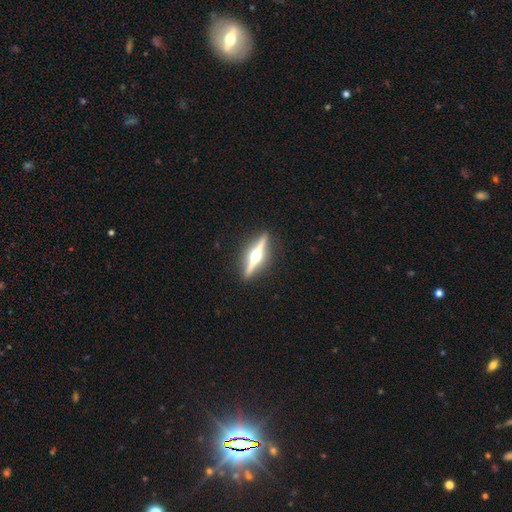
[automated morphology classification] Q: Smooth or featured?
A: featured or disk (84%); runner-up: smooth (12%)
Q: Edge-on disk?
A: yes (98%); runner-up: no (2%)
Q: Edge-on bulge?
A: rounded (97%); runner-up: boxy (2%)
Q: Merging?
A: none (91%); runner-up: minor disturbance (6%)